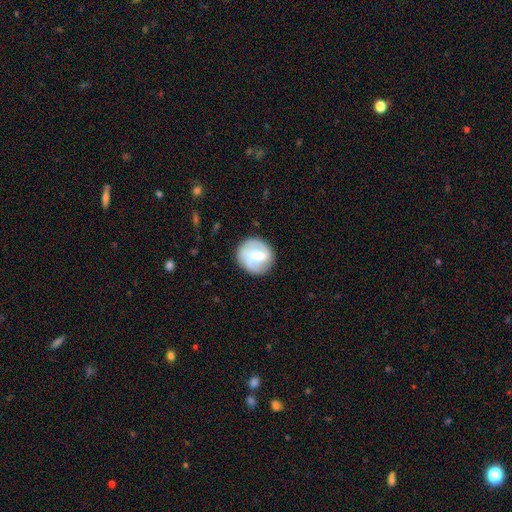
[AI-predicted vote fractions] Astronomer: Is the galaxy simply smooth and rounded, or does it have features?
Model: featured or disk — 53% (runner-up: smooth, 41%).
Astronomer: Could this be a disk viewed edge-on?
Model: no — 97%.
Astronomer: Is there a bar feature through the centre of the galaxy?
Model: weak — 50% (runner-up: no, 30%).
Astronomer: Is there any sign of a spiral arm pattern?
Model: yes — 74%.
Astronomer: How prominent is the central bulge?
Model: moderate — 46% (runner-up: small, 42%).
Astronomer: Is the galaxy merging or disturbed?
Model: none — 78%.